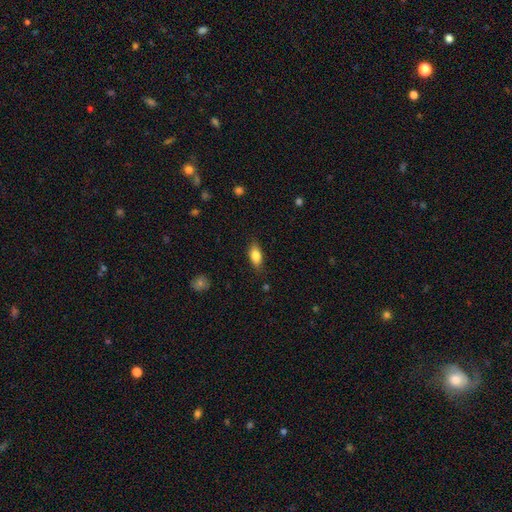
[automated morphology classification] Smooth or featured: smooth — 79% (featured or disk — 13%)
How rounded: in between — 84% (cigar-shaped — 12%)
Merging: none — 83% (minor disturbance — 13%)